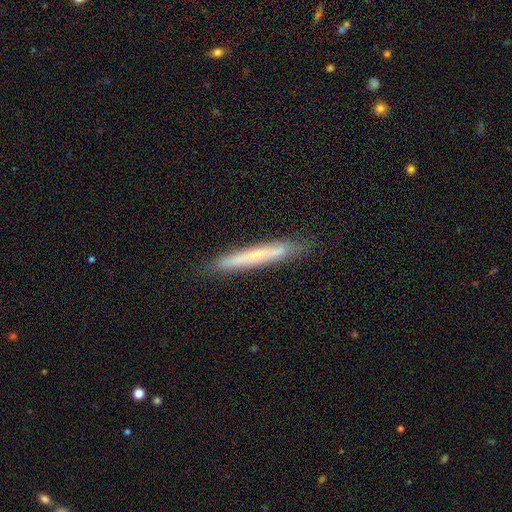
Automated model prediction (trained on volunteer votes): Smooth or featured? smooth (49%)
Merging? none (86%)